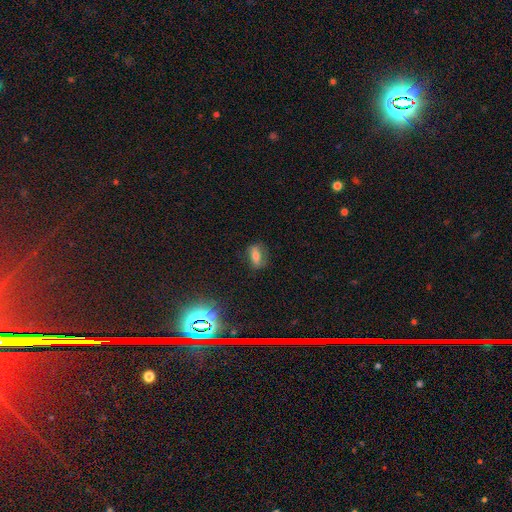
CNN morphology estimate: Smooth or featured? smooth (57%)
How rounded? in between (77%)
Merging? none (71%)